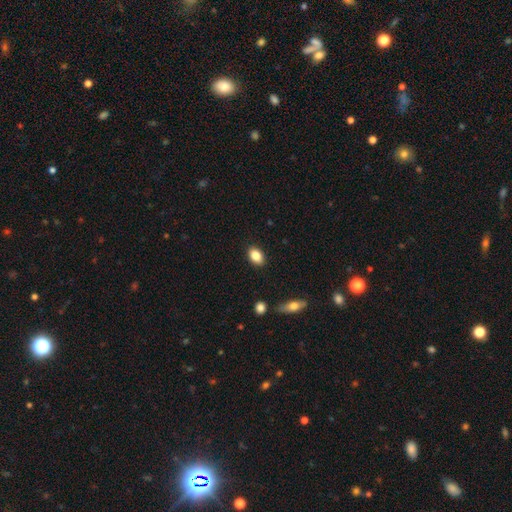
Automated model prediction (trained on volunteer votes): The model was most divided on "how rounded": in between: 84%, round: 15%, cigar-shaped: 2%. More confident: merging — none (88%); smooth or featured — smooth (84%).